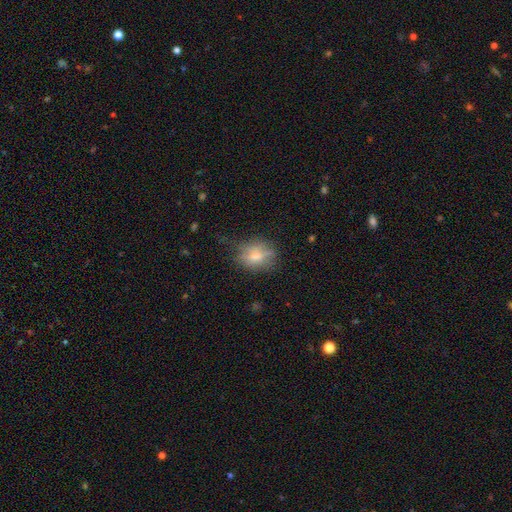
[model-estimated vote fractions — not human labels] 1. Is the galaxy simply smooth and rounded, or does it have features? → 63% smooth, 25% featured or disk, 12% star or artifact.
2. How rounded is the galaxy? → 50% round, 47% in between, 3% cigar-shaped.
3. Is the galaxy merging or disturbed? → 64% none, 24% minor disturbance, 10% major disturbance, 2% merger.